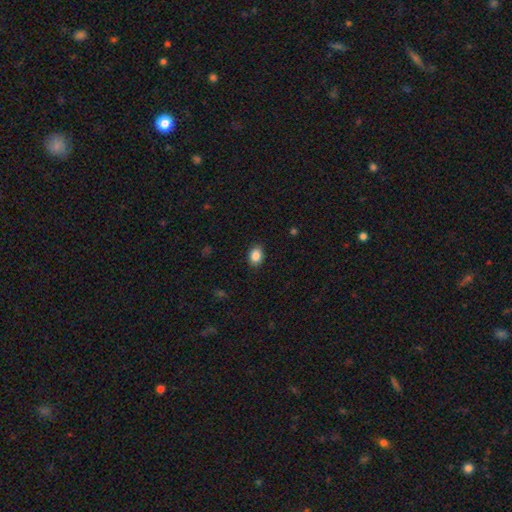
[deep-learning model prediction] Overall: smooth (86%). How rounded: in between (72%). Merging: none (86%).